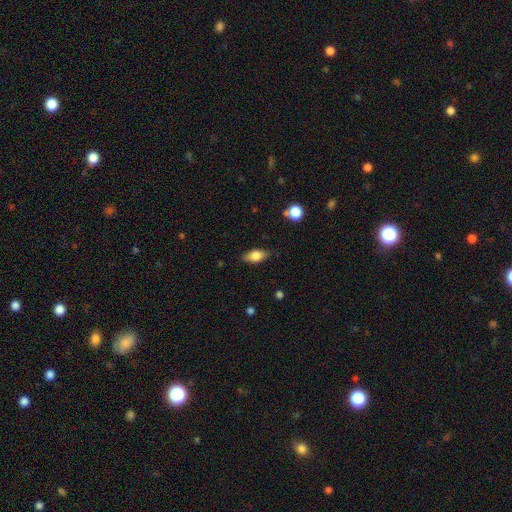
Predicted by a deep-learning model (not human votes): Q: Smooth or featured?
A: smooth (75%); runner-up: featured or disk (18%)
Q: How rounded?
A: in between (85%); runner-up: cigar-shaped (9%)
Q: Merging?
A: none (83%); runner-up: minor disturbance (13%)